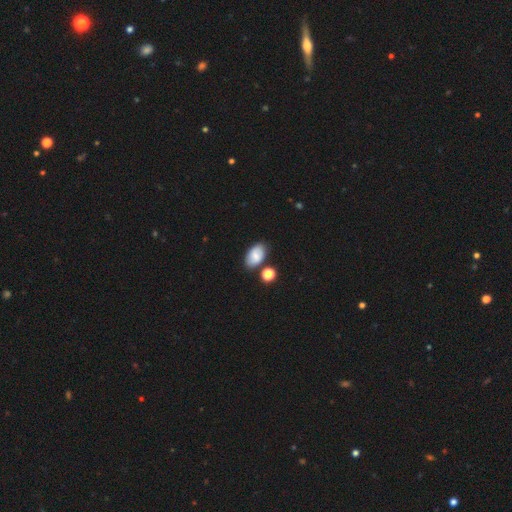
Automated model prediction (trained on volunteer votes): smooth_or_featured: smooth (p=0.72) [alt: featured or disk p=0.18]
how_rounded: in between (p=0.90) [alt: round p=0.08]
merging: none (p=0.72) [alt: minor disturbance p=0.15]